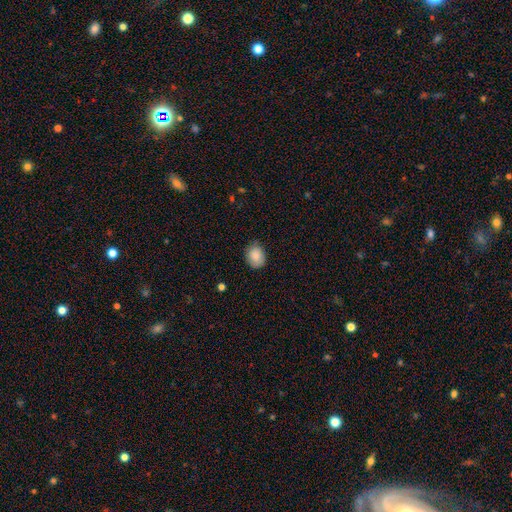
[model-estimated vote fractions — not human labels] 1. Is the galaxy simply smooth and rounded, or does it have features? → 86% smooth, 7% star or artifact, 7% featured or disk.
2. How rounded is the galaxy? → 52% round, 48% in between, 1% cigar-shaped.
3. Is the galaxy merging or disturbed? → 74% none, 22% minor disturbance, 3% major disturbance, 1% merger.